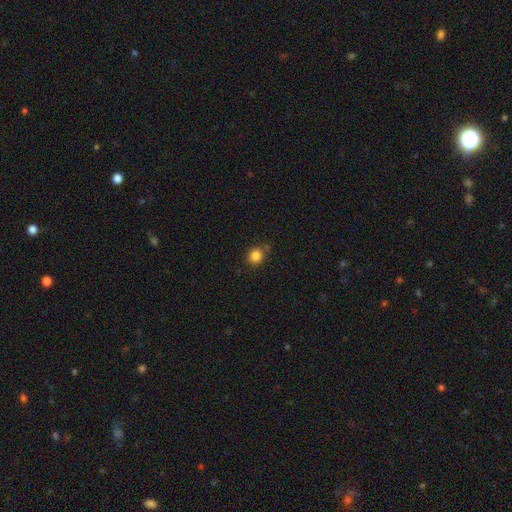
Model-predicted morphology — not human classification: This is clearly a smooth galaxy (84%). How rounded: clearly round (82%). Merging: likely none (79%).